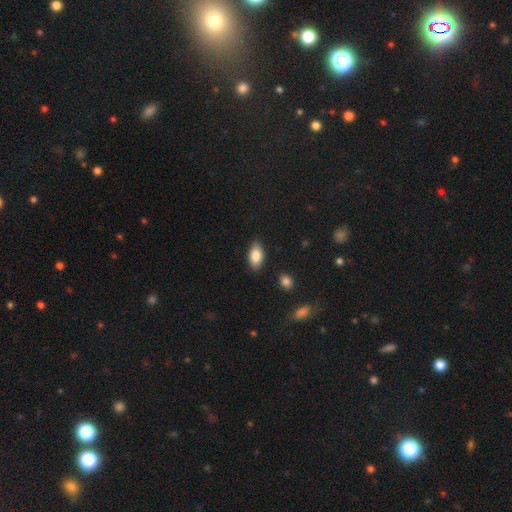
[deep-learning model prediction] Morphology: type=smooth (85%); roundness=in between (92%); merging=none (85%).